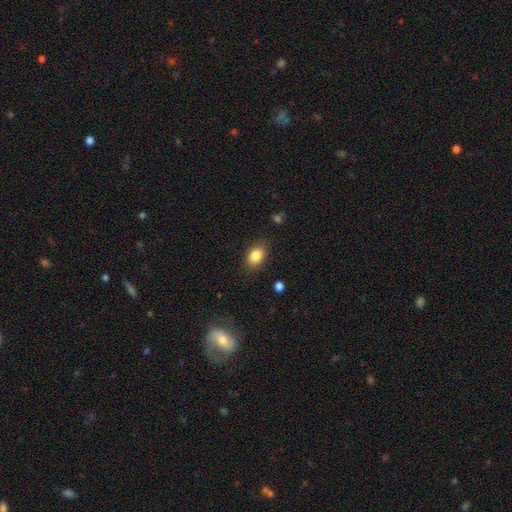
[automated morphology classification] Overall: smooth (85%). How rounded: in between (80%). Merging: none (84%).